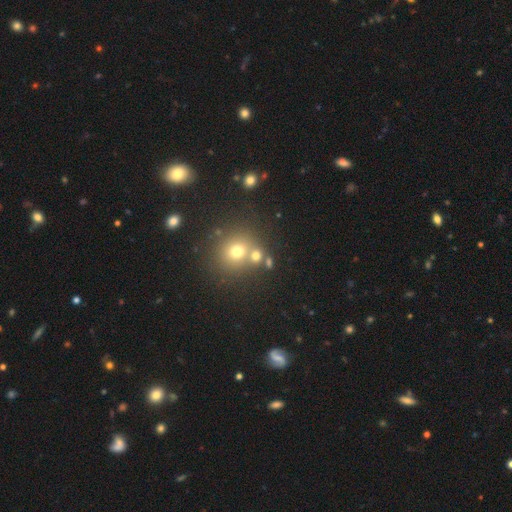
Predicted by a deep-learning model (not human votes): The model was most divided on "merging": none: 56%, merger: 31%, minor disturbance: 9%, major disturbance: 4%. More confident: how rounded — round (80%); smooth or featured — smooth (69%).